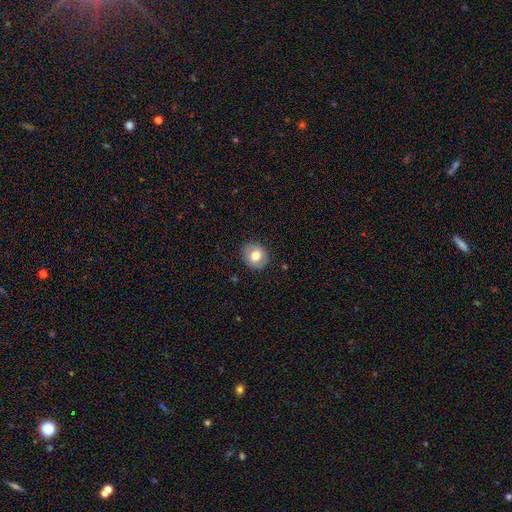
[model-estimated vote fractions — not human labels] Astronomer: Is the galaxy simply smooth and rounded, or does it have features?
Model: smooth — 72%.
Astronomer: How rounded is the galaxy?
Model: round — 77%.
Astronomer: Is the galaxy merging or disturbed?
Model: none — 85%.